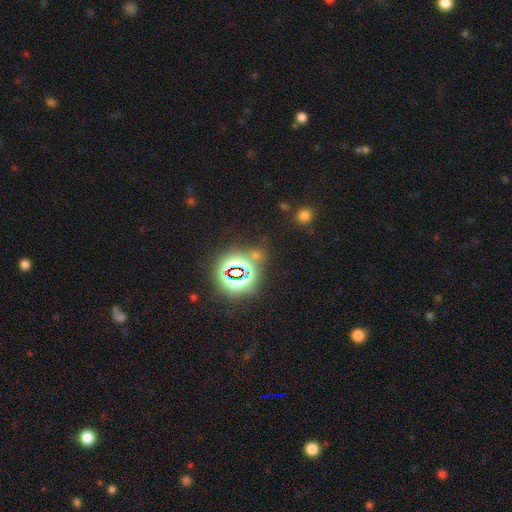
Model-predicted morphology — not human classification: type=star or artifact (69%).